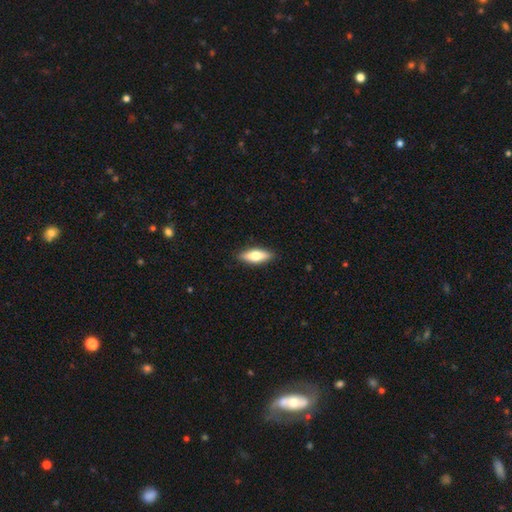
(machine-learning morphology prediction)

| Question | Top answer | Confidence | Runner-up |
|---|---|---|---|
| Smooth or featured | smooth | 64% | featured or disk (30%) |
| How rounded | in between | 62% | cigar-shaped (36%) |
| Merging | none | 89% | minor disturbance (8%) |